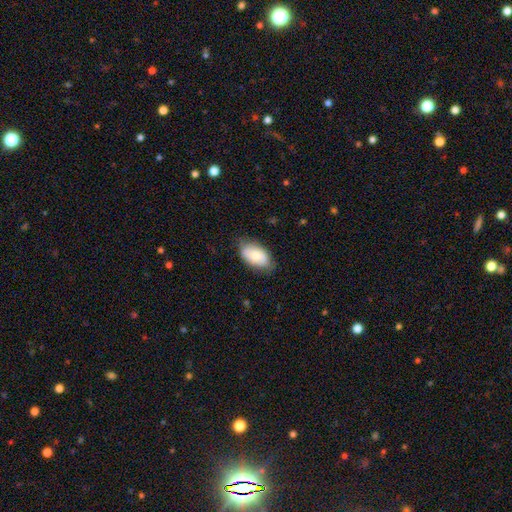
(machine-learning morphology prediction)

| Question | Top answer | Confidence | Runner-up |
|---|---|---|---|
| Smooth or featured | smooth | 70% | featured or disk (24%) |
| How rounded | in between | 94% | round (5%) |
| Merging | none | 73% | minor disturbance (22%) |